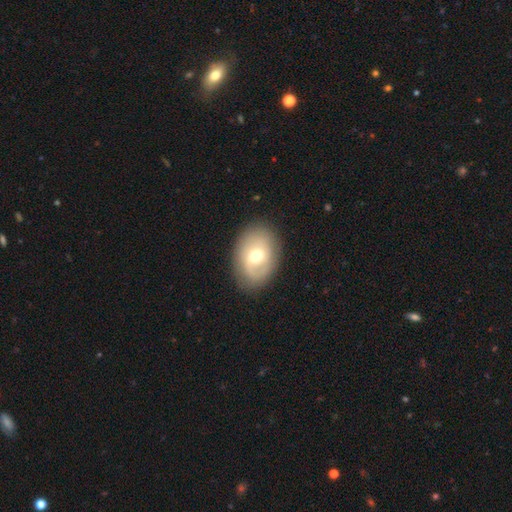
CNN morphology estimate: The model was most divided on "bar": no: 46%, weak: 44%, strong: 10%. More confident: edge-on disk — no (94%); merging — none (82%); spiral arms — yes (69%); bulge size — moderate (67%); smooth or featured — featured or disk (54%).